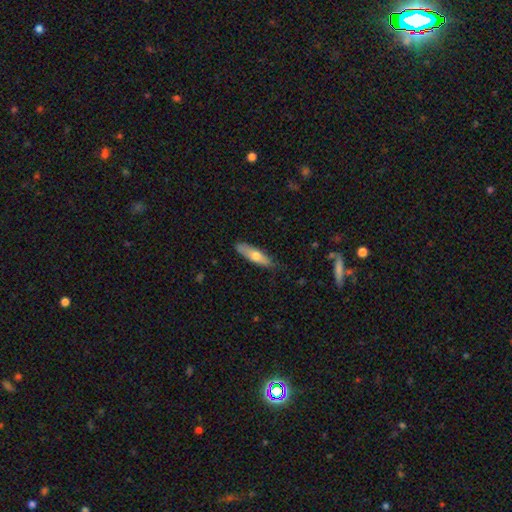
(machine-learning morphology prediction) Overall: smooth (61%; featured or disk 33%). How rounded: cigar-shaped (64%; in between 34%). Merging: none (78%).